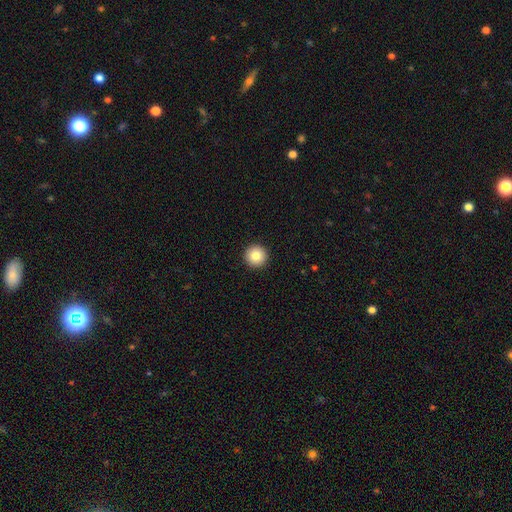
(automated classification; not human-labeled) Smooth or featured: smooth — 84% (star or artifact — 9%)
How rounded: round — 97% (in between — 2%)
Merging: none — 94% (minor disturbance — 4%)